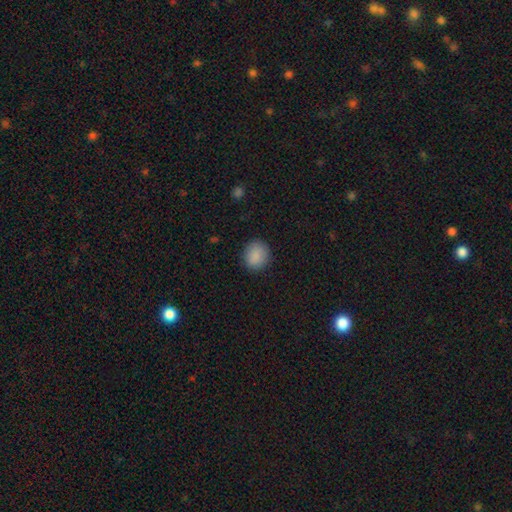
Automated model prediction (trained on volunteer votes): Smooth or featured? Predicted: smooth (p=0.89). How rounded? Predicted: round (p=0.79). Merging? Predicted: none (p=0.88).